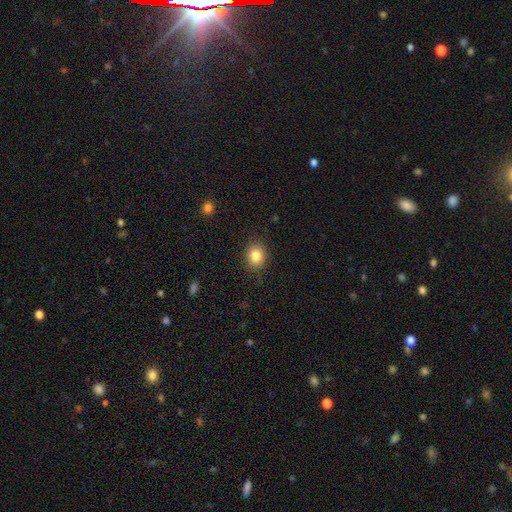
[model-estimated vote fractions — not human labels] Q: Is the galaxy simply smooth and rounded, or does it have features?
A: smooth — 84%.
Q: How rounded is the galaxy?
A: round — 57%.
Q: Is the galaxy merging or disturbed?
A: none — 86%.